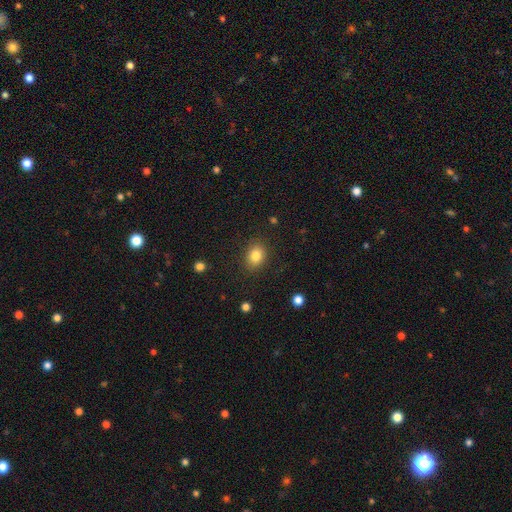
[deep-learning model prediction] Q: Smooth or featured?
A: smooth (83%); runner-up: star or artifact (10%)
Q: How rounded?
A: in between (53%); runner-up: round (46%)
Q: Merging?
A: none (87%); runner-up: minor disturbance (9%)